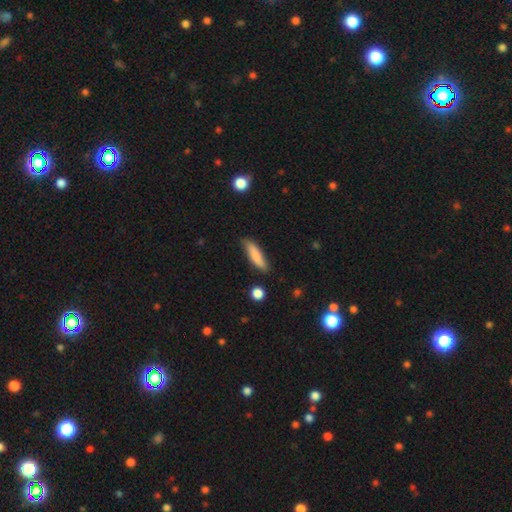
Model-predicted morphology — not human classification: Smooth or featured: smooth — 79% (featured or disk — 15%)
How rounded: cigar-shaped — 69% (in between — 29%)
Merging: none — 77% (minor disturbance — 18%)